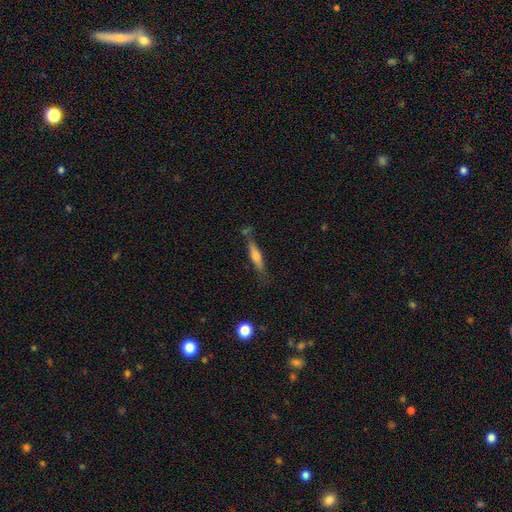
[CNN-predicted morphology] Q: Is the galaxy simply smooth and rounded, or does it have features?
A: featured or disk — 47%.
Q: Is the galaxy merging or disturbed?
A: none — 73%.